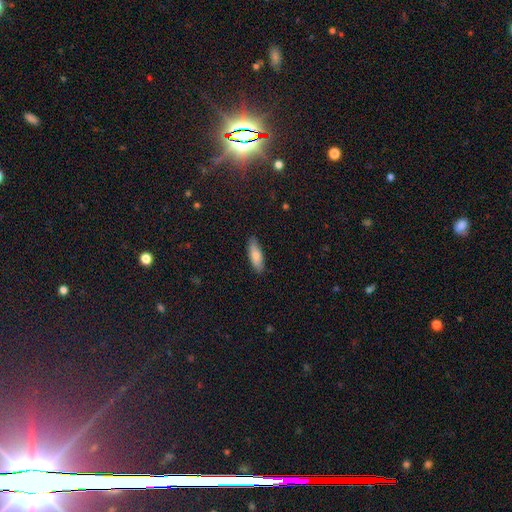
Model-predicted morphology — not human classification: Smooth or featured?
  - smooth: 77% *
  - featured or disk: 17%
  - star or artifact: 6%
How rounded?
  - in between: 59% *
  - cigar-shaped: 39%
  - round: 2%
Merging?
  - none: 86% *
  - minor disturbance: 11%
  - major disturbance: 2%
  - merger: 1%